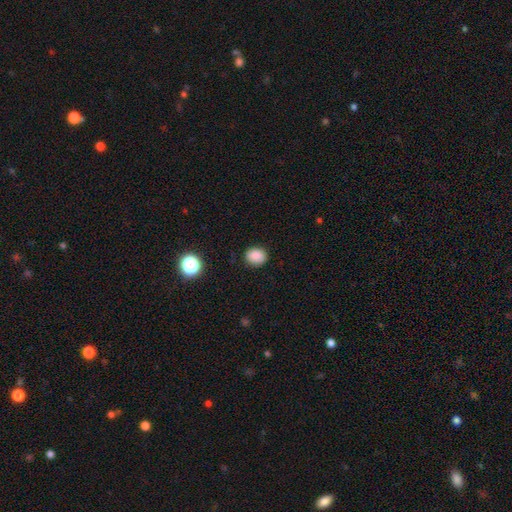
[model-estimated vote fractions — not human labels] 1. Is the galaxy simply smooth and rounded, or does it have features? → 86% smooth, 11% star or artifact, 4% featured or disk.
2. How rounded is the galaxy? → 65% round, 34% in between, 1% cigar-shaped.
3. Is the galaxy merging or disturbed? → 87% none, 9% minor disturbance, 2% major disturbance, 1% merger.